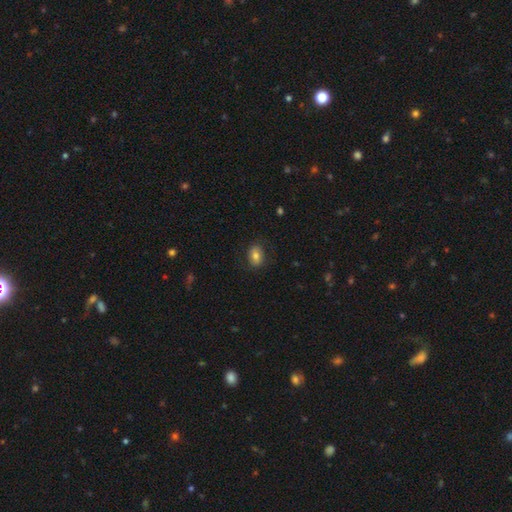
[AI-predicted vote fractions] smooth-or-featured: smooth: 77% | featured or disk: 14% | star or artifact: 9%
  how-rounded: in between: 78% | round: 21% | cigar-shaped: 1%
  merging: none: 81% | minor disturbance: 14% | major disturbance: 4% | merger: 1%